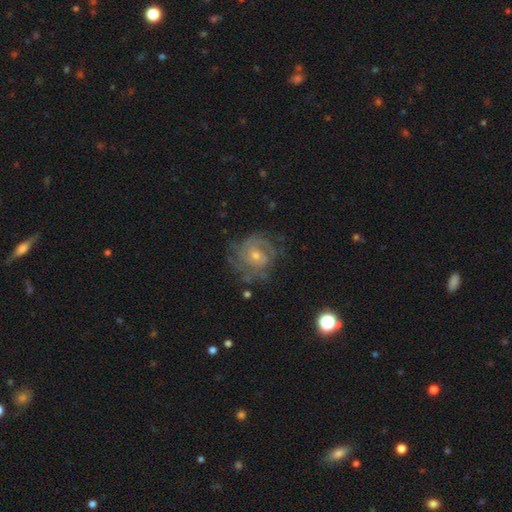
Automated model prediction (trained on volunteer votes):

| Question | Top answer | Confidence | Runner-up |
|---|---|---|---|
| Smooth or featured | featured or disk | 82% | smooth (9%) |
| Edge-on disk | no | 98% | yes (2%) |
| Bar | no | 69% | weak (26%) |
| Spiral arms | yes | 95% | no (5%) |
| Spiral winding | tight | 66% | medium (28%) |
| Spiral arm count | can't tell | 31% | 3 (23%) |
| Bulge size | small | 60% | moderate (36%) |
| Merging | none | 74% | minor disturbance (17%) |